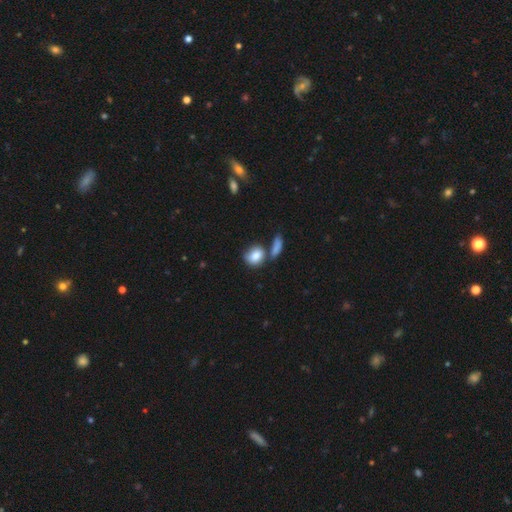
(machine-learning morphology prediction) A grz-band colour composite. It shows a smooth galaxy with no disk features (83%) that is round (50%). Merging: none (47%).